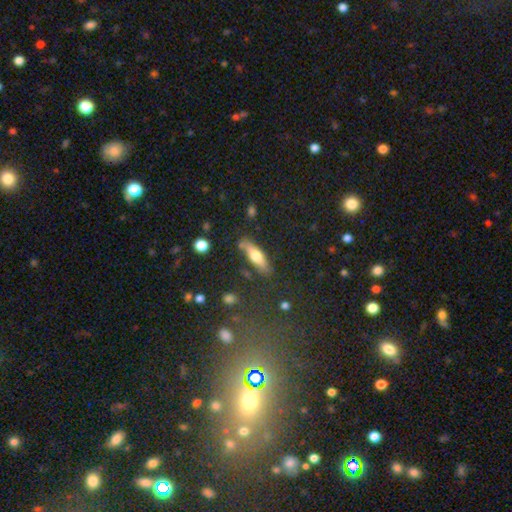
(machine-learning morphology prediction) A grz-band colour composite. It shows a smooth galaxy with no disk features (59%) that is cigar-shaped (57%). Merging: none (72%).